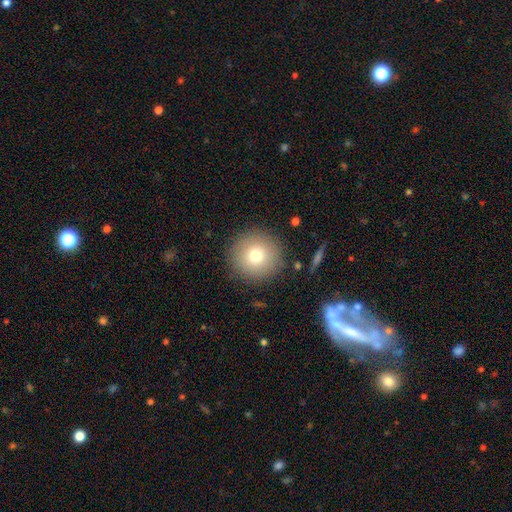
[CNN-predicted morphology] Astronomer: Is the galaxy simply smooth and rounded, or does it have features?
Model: smooth — 75%.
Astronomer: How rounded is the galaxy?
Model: round — 96%.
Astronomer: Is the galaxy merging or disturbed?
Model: none — 89%.